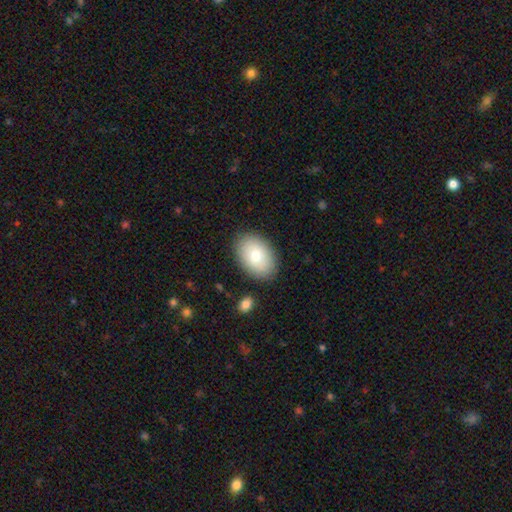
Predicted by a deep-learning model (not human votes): This appears to be a smooth galaxy with no disk features (78%) that is in between round and cigar-shaped (87%). Merging: none (87%).